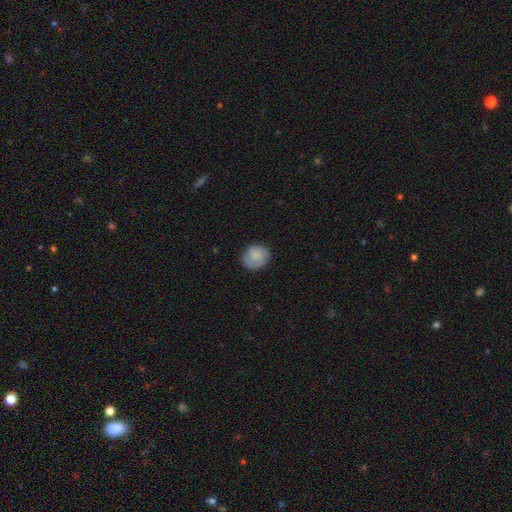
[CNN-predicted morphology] type=smooth (77%); roundness=round (82%); merging=none (81%).